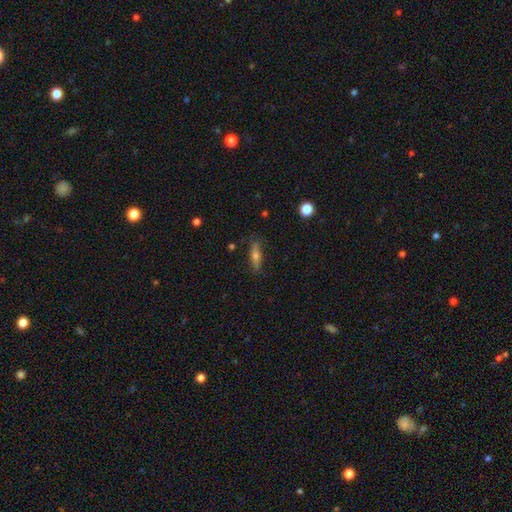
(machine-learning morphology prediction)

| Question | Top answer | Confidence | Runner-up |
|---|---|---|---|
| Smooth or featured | smooth | 54% | featured or disk (38%) |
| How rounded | cigar-shaped | 62% | in between (34%) |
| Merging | none | 82% | minor disturbance (14%) |